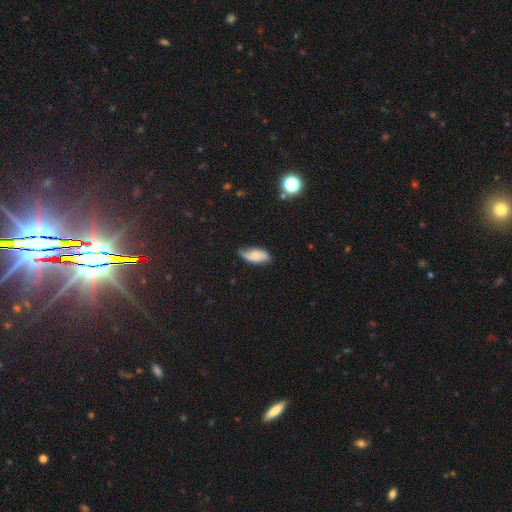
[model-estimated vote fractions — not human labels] smooth-or-featured: smooth: 58% | featured or disk: 34% | star or artifact: 8%
  how-rounded: in between: 88% | cigar-shaped: 8% | round: 3%
  merging: none: 61% | minor disturbance: 31% | major disturbance: 6% | merger: 2%